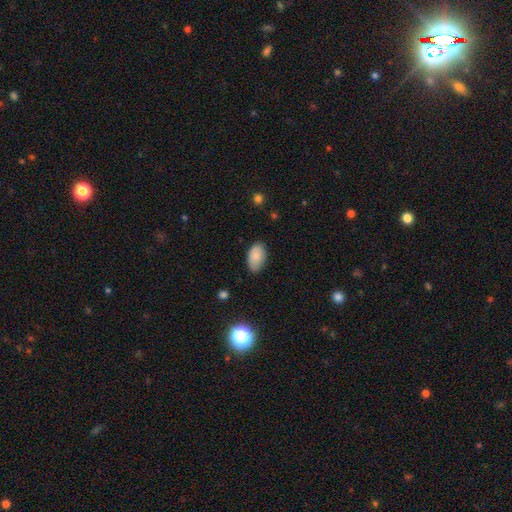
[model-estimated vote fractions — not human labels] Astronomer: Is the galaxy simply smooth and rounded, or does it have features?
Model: smooth — 85%.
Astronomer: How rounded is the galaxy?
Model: in between — 94%.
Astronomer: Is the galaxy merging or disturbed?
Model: none — 78%.